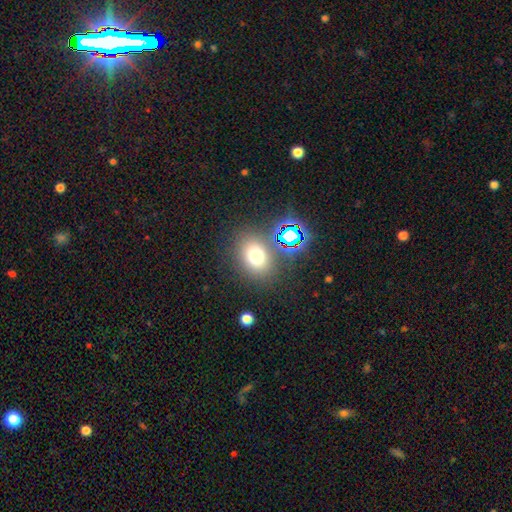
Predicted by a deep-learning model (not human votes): This is likely a smooth galaxy (68%). How rounded: possibly round (52%). Merging: clearly none (81%).